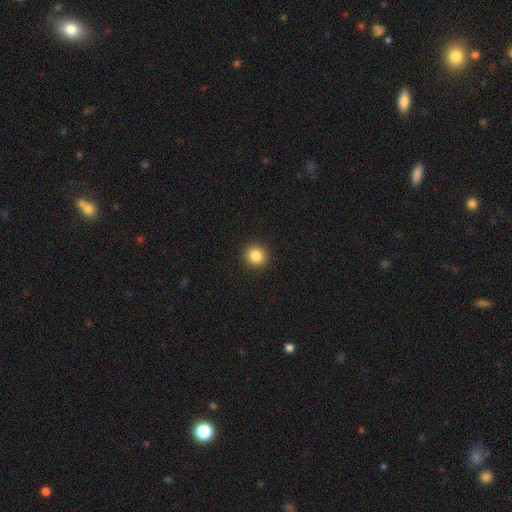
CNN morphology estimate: The model was most divided on "smooth or featured": smooth: 85%, star or artifact: 10%, featured or disk: 5%. More confident: merging — none (92%); how rounded — round (89%).